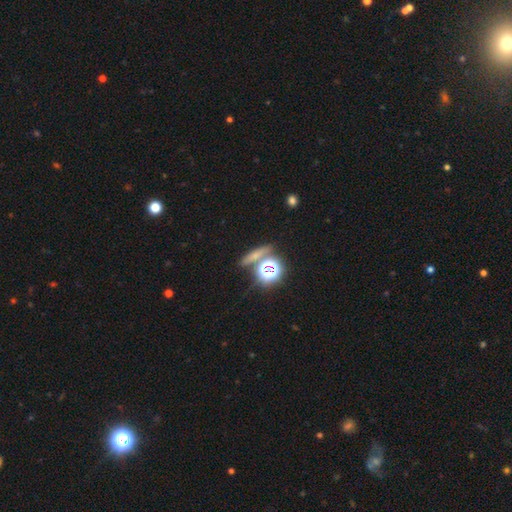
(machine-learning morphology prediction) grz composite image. It shows a smooth galaxy with no disk features (51%) that is cigar-shaped (49%). Merging: none (72%).